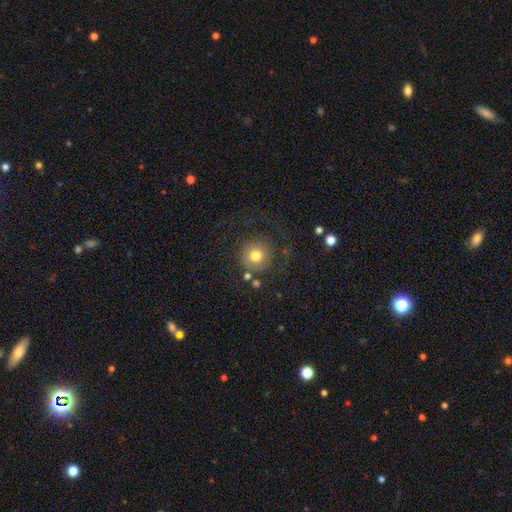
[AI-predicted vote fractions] This is likely a smooth galaxy (75%). How rounded: clearly round (93%). Merging: likely none (74%).